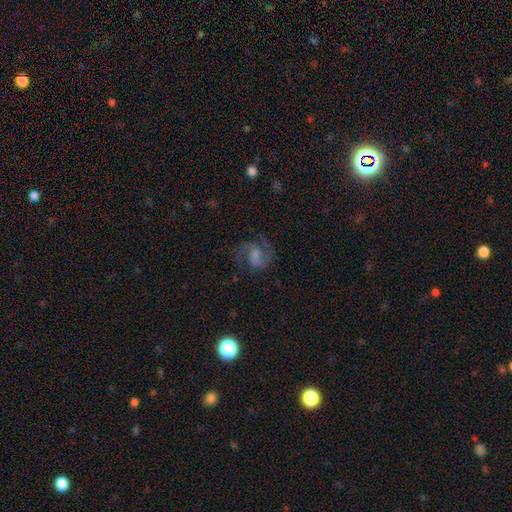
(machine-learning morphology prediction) Smooth or featured? featured or disk (81%)
Edge-on disk? no (98%)
Bar? weak (48%)
Spiral arms? yes (96%)
Spiral winding? medium (58%)
Spiral arm count? 2 (88%)
Bulge size? moderate (30%)
Merging? none (68%)